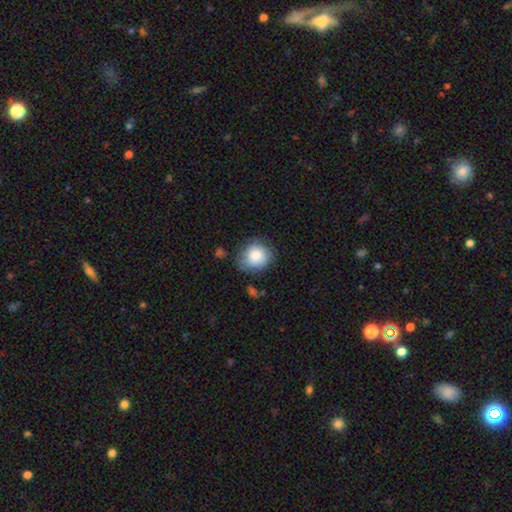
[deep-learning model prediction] Q: Smooth or featured?
A: smooth (80%); runner-up: featured or disk (12%)
Q: How rounded?
A: round (76%); runner-up: in between (23%)
Q: Merging?
A: none (67%); runner-up: minor disturbance (23%)